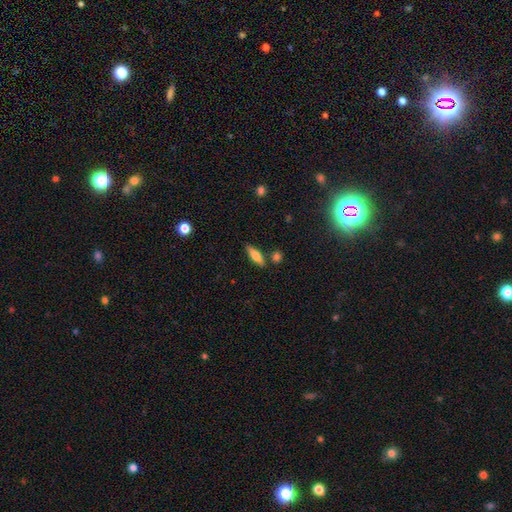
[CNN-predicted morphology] A smooth galaxy with no disk features (65%) that is cigar-shaped (53%). Merging: none (79%).